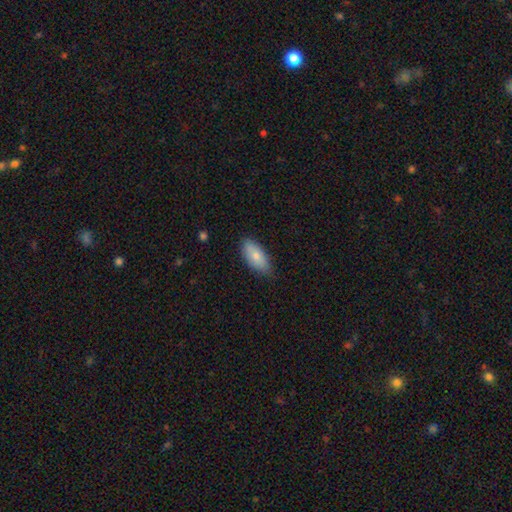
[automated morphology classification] Smooth or featured? Predicted: smooth (p=0.79). How rounded? Predicted: in between (p=0.88). Merging? Predicted: none (p=0.80).